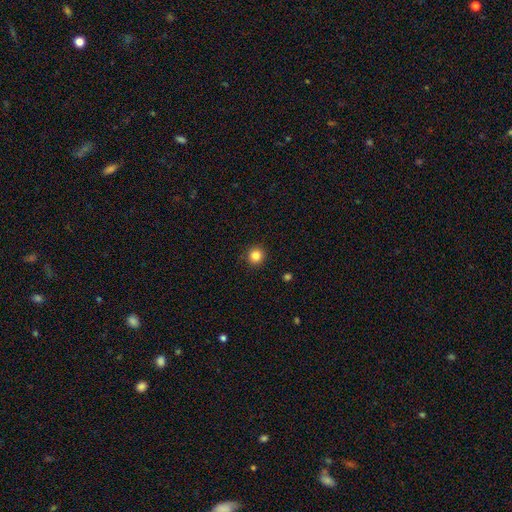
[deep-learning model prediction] Overall: smooth (84%). How rounded: round (94%). Merging: none (92%).